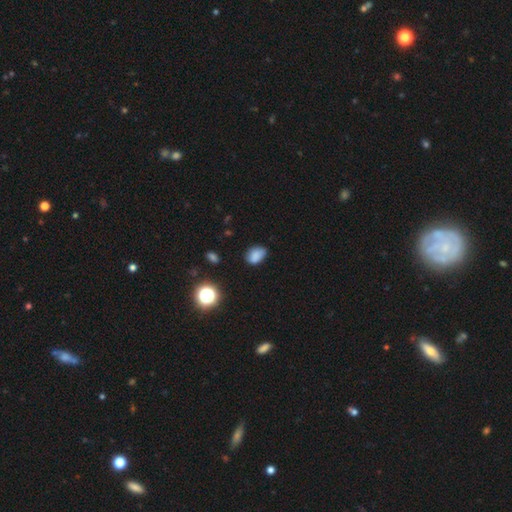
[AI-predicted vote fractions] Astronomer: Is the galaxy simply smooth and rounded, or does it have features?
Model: smooth — 82%.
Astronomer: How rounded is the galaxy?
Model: in between — 79%.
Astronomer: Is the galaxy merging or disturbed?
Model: none — 68%.